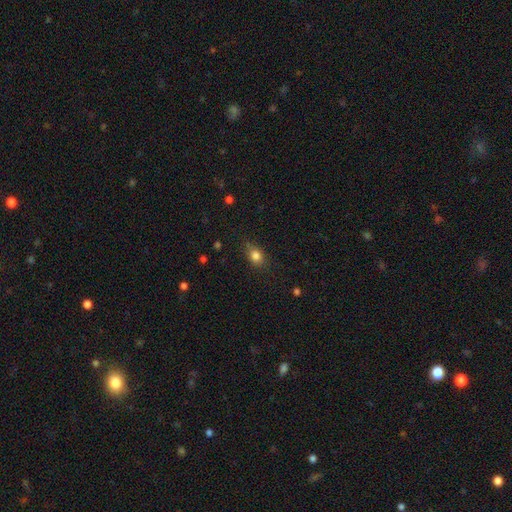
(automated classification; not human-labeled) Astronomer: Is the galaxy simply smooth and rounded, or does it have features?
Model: smooth — 82%.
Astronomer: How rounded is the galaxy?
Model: in between — 61% (runner-up: round, 37%).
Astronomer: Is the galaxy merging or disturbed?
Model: none — 74%.